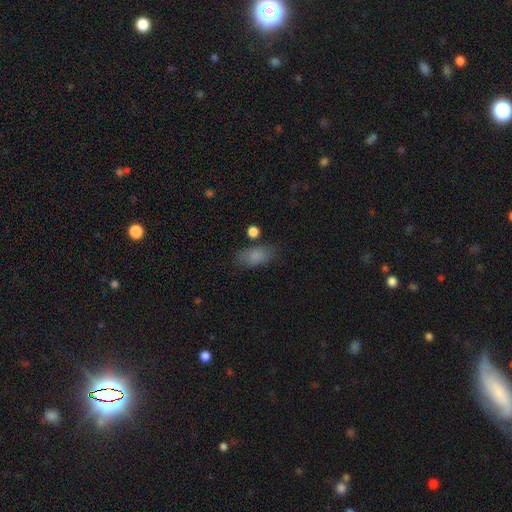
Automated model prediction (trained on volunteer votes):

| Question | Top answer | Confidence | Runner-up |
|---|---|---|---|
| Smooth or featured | smooth | 83% | star or artifact (9%) |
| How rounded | in between | 89% | round (6%) |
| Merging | none | 74% | minor disturbance (16%) |